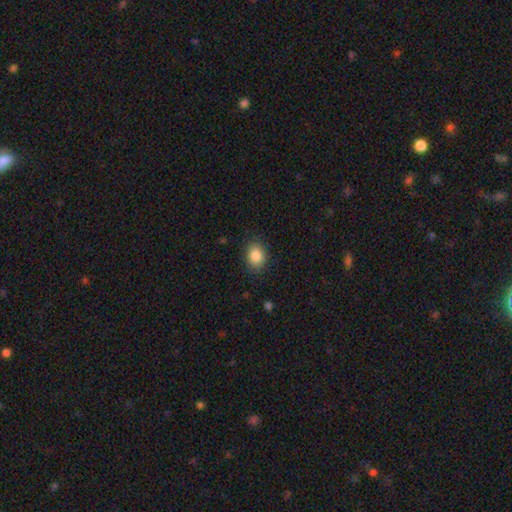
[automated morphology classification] Smooth or featured: smooth — 87% (star or artifact — 8%)
How rounded: in between — 57% (round — 42%)
Merging: none — 85% (minor disturbance — 11%)